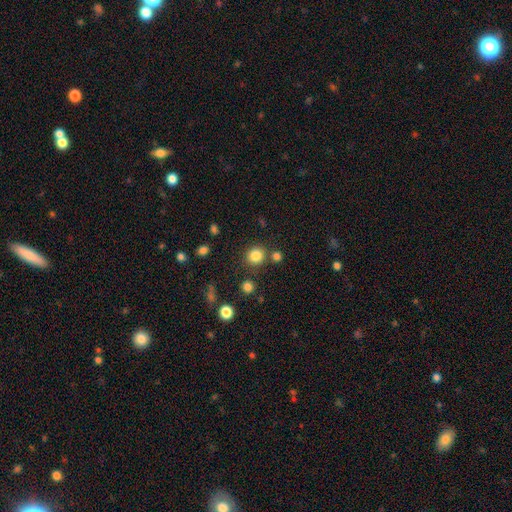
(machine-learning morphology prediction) Smooth or featured? smooth (83%)
How rounded? round (89%)
Merging? none (80%)